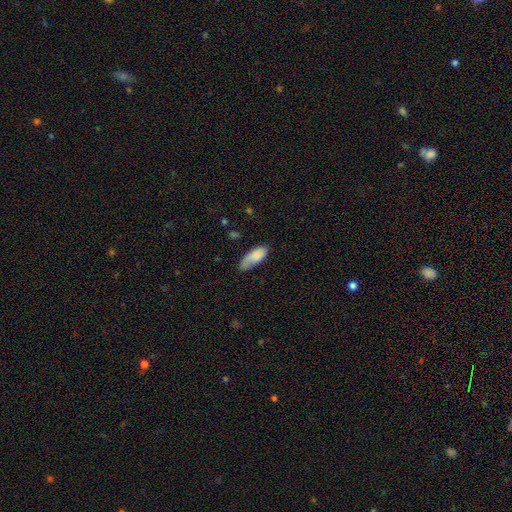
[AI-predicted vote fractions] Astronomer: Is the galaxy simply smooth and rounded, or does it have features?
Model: smooth — 81%.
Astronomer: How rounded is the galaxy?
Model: in between — 83%.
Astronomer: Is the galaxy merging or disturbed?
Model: none — 56% (runner-up: minor disturbance, 32%).